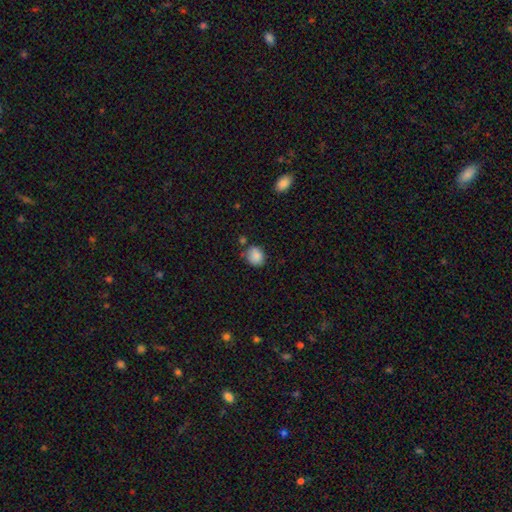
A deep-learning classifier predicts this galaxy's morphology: smooth_or_featured: smooth (p=0.86) [alt: star or artifact p=0.09]
how_rounded: round (p=0.64) [alt: in between p=0.35]
merging: none (p=0.67) [alt: minor disturbance p=0.21]